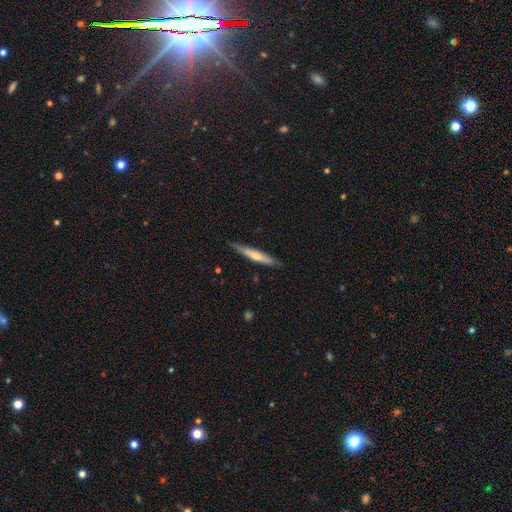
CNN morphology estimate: smooth-or-featured: featured or disk: 49% | smooth: 45% | star or artifact: 6%
  merging: none: 86% | minor disturbance: 11% | major disturbance: 2% | merger: 1%